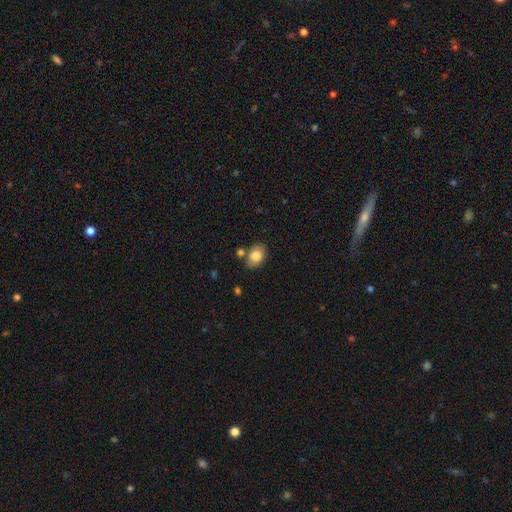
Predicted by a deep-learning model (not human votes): Smooth or featured?
  - smooth: 82% *
  - featured or disk: 10%
  - star or artifact: 8%
How rounded?
  - in between: 82% *
  - round: 17%
  - cigar-shaped: 1%
Merging?
  - none: 76% *
  - minor disturbance: 13%
  - merger: 8%
  - major disturbance: 3%